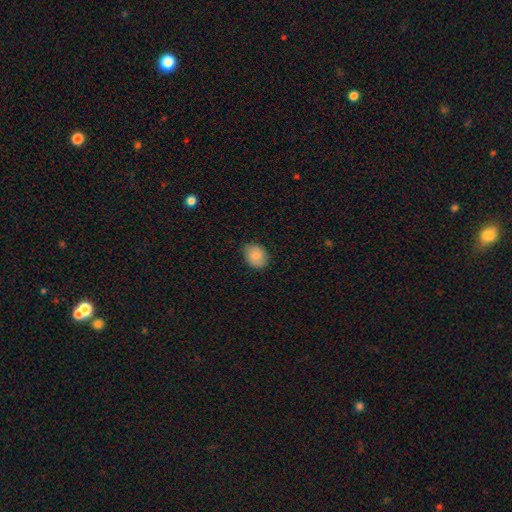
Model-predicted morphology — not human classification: smooth_or_featured: smooth (p=0.85) [alt: featured or disk p=0.08]
how_rounded: in between (p=0.55) [alt: round p=0.44]
merging: none (p=0.82) [alt: minor disturbance p=0.14]